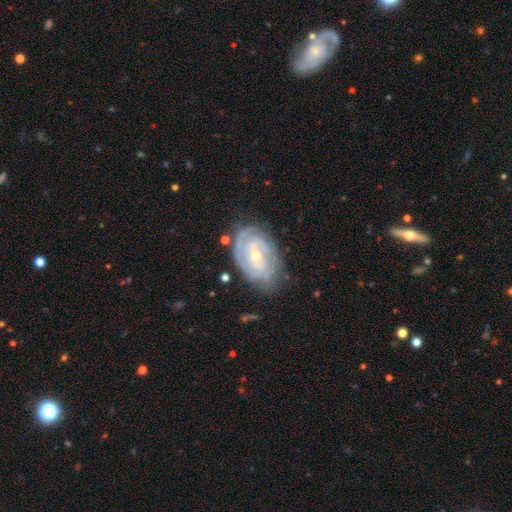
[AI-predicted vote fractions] The model was most divided on "spiral arm count": can't tell: 37%, 2: 26%, 3: 19%, 4: 9%, 1: 4%, more than 4: 4%. More confident: edge-on disk — no (96%); spiral arms — yes (93%); smooth or featured — featured or disk (82%); spiral winding — tight (75%); merging — none (73%); bulge size — small (58%); bar — no (56%).